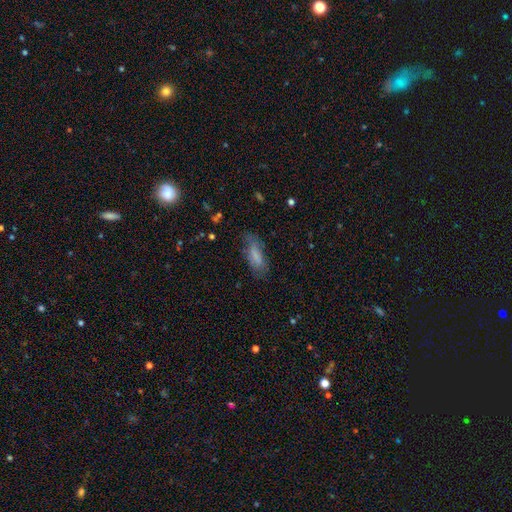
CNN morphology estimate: Smooth or featured? smooth (71%)
How rounded? in between (59%)
Merging? none (65%)